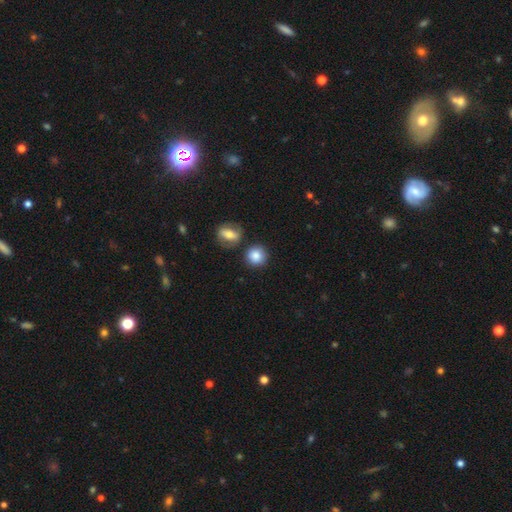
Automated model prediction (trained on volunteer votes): Smooth or featured: smooth — 84% (featured or disk — 8%)
How rounded: round — 89% (in between — 10%)
Merging: none — 78% (minor disturbance — 10%)